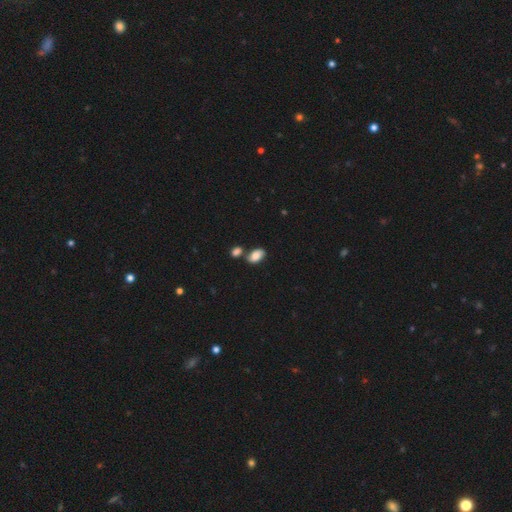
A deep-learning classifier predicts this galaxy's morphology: This appears to be a smooth galaxy with no disk features (85%) that is in between round and cigar-shaped (91%). Merging: none (53%).